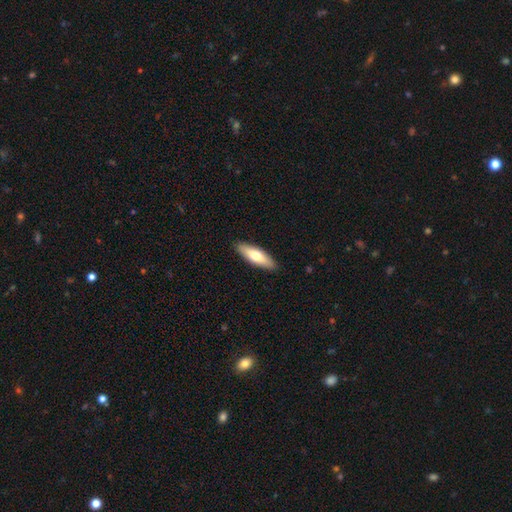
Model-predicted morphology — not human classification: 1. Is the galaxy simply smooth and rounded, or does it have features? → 63% smooth, 32% featured or disk, 5% star or artifact.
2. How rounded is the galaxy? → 50% cigar-shaped, 48% in between, 2% round.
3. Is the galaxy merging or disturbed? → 90% none, 8% minor disturbance, 2% major disturbance, 1% merger.